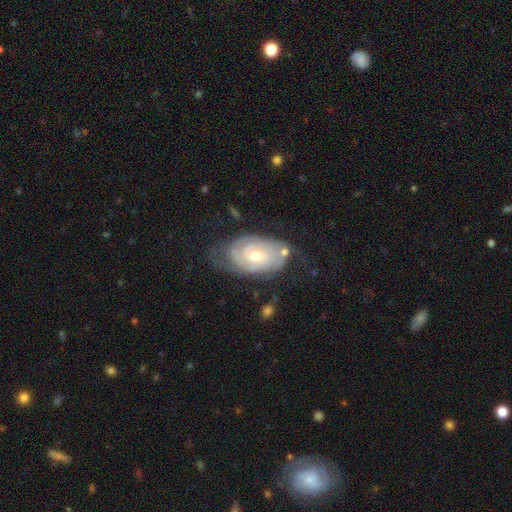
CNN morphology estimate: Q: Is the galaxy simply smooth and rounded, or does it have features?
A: featured or disk — 81%.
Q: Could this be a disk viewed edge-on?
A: no — 95%.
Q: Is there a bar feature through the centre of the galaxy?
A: no — 64%.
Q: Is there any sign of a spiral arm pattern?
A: yes — 93%.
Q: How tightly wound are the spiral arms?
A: tight — 73%.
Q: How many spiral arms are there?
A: can't tell — 37%.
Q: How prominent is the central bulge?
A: moderate — 55%.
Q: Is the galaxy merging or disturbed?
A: none — 62%.